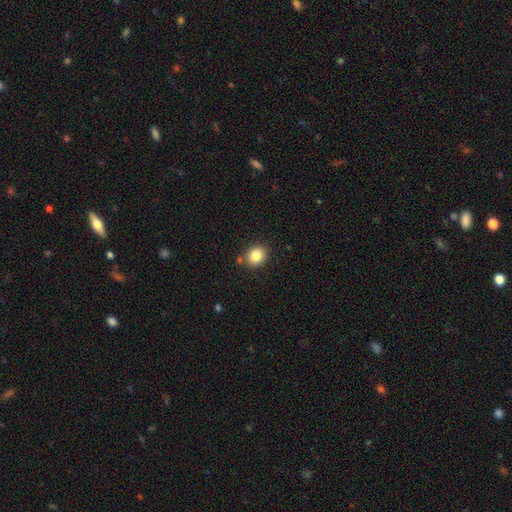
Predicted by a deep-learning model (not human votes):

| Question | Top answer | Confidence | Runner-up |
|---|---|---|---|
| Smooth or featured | smooth | 85% | star or artifact (10%) |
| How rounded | round | 68% | in between (31%) |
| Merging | none | 84% | minor disturbance (9%) |